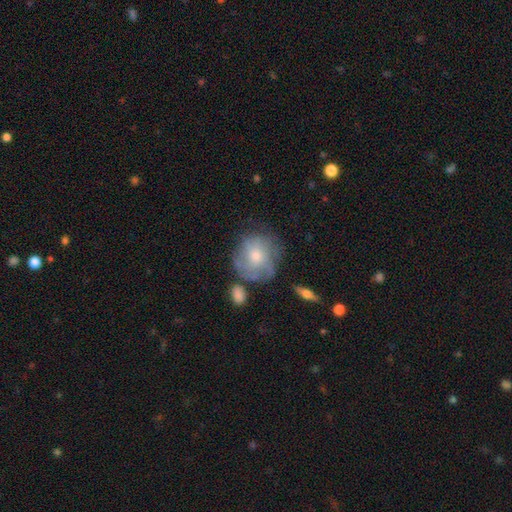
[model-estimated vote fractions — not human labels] Overall: featured or disk (48%; smooth 42%). Merging: none (61%; minor disturbance 22%).